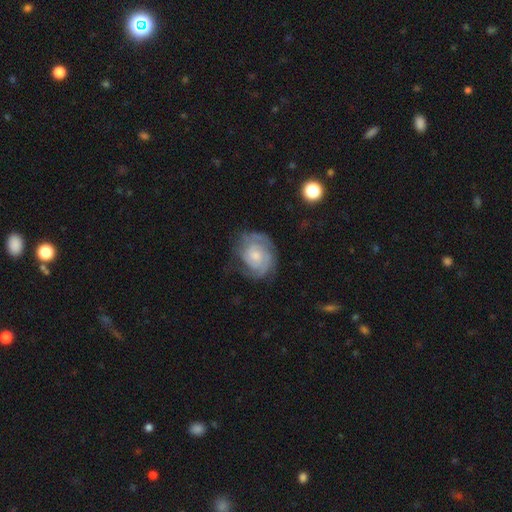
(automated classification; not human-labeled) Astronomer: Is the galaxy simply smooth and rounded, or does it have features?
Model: featured or disk — 77%.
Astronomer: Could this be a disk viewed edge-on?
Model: no — 98%.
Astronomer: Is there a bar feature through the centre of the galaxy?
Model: no — 73%.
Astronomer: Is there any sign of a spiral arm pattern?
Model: yes — 93%.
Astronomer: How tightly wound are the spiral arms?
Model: tight — 61%.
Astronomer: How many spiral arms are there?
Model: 2 — 40% (runner-up: can't tell, 30%).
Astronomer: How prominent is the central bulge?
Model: moderate — 43% (runner-up: small, 42%).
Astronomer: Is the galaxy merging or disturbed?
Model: none — 64%.